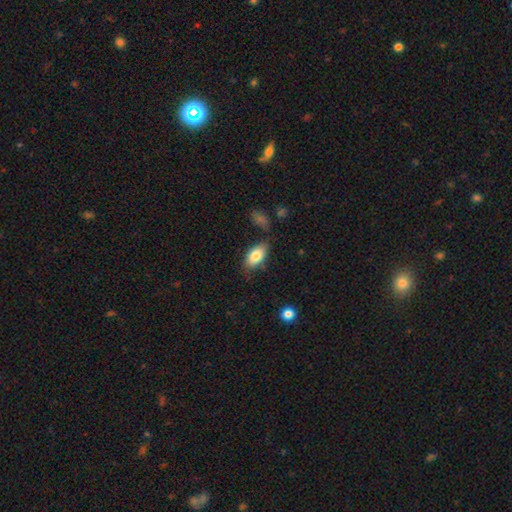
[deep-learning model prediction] smooth-or-featured: smooth: 80% | featured or disk: 13% | star or artifact: 7%
  how-rounded: in between: 92% | cigar-shaped: 4% | round: 4%
  merging: none: 70% | minor disturbance: 20% | major disturbance: 5% | merger: 4%